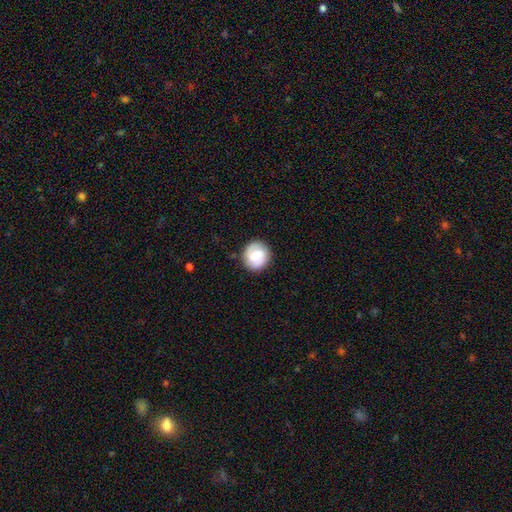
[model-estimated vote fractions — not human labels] Smooth or featured? Predicted: smooth (p=0.59). How rounded? Predicted: round (p=0.88). Merging? Predicted: none (p=0.87).